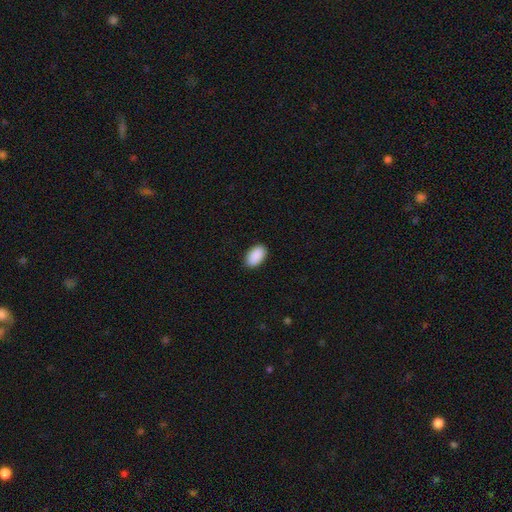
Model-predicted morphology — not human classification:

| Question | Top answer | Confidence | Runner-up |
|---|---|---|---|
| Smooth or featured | smooth | 91% | star or artifact (6%) |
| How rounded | in between | 94% | round (4%) |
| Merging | none | 90% | minor disturbance (7%) |